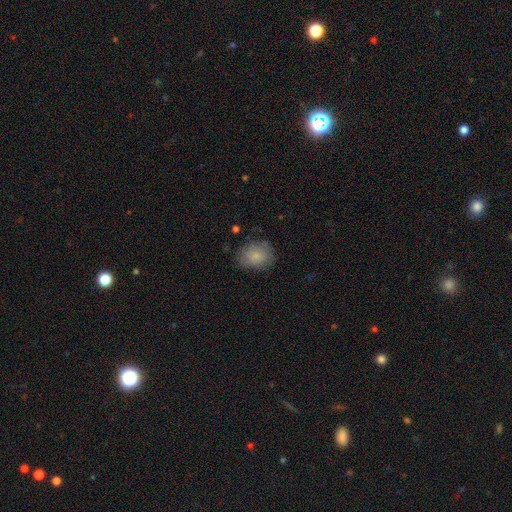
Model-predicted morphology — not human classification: This is clearly a smooth galaxy (81%). How rounded: possibly in between (52%). Merging: likely none (74%).